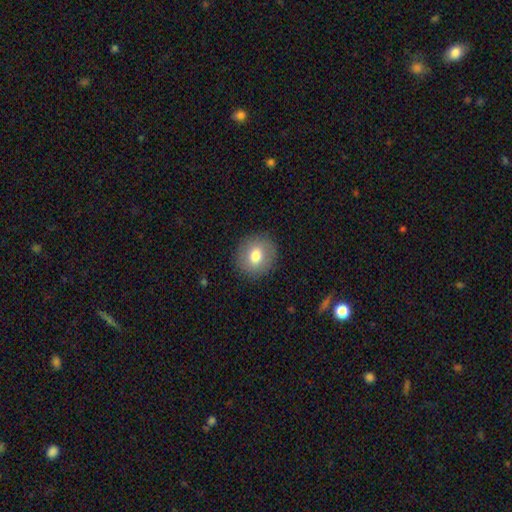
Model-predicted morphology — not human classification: A smooth galaxy with no disk features (75%) that is round (83%). Merging: none (89%).